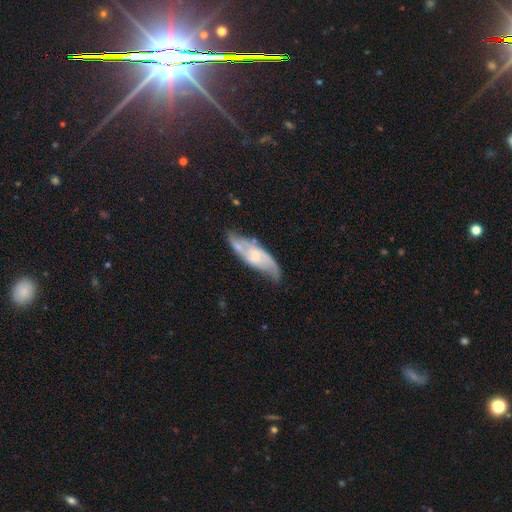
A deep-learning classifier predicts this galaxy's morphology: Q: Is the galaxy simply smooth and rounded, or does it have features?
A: featured or disk — 70%.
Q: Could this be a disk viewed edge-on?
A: no — 85%.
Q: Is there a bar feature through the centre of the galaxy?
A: no — 56%.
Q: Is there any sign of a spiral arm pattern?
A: yes — 86%.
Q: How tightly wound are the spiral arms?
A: medium — 44%.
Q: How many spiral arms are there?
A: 2 — 69%.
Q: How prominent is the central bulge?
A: small — 60%.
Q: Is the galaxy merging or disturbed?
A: none — 57%.